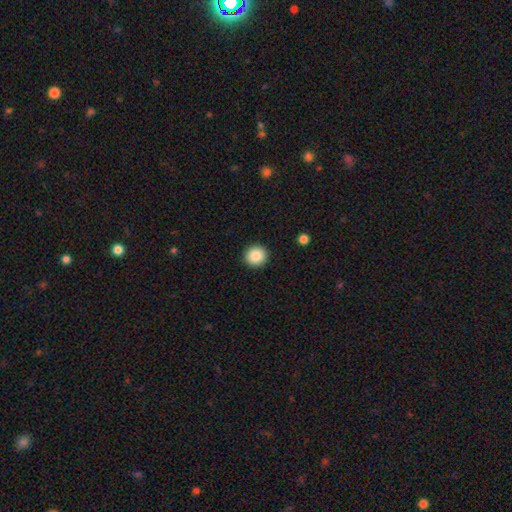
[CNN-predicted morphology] Smooth or featured? smooth (87%)
How rounded? round (94%)
Merging? none (93%)